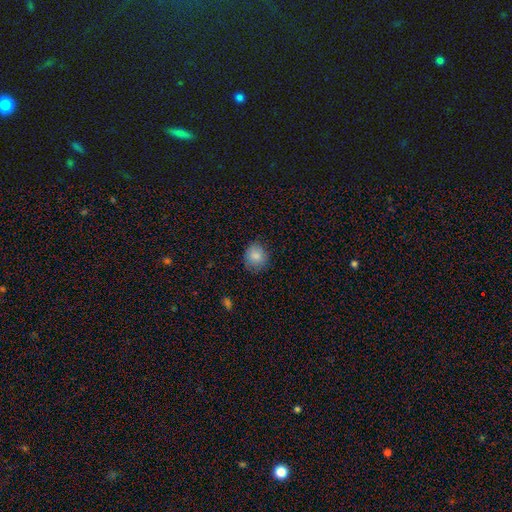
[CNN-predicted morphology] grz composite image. It shows a smooth galaxy with no disk features (85%) that is round (82%). Merging: none (82%).